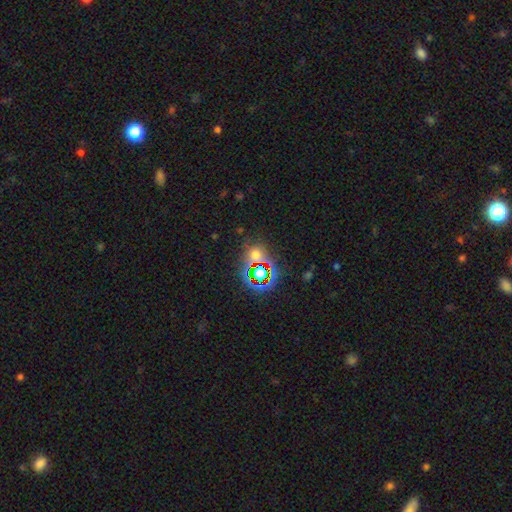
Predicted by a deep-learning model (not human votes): star or artifact 52%, smooth 39%, featured or disk 10%.